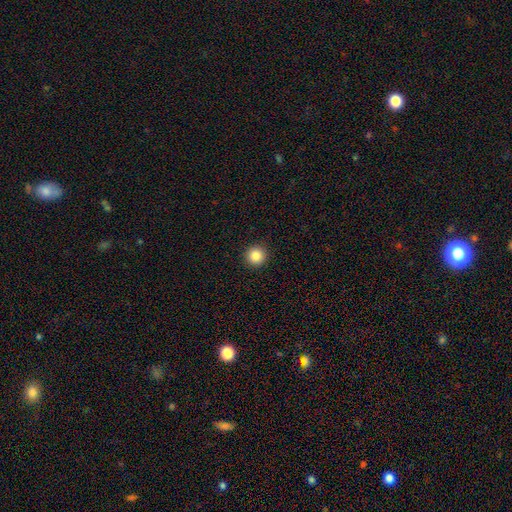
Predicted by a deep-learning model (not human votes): This is clearly a smooth galaxy (86%). How rounded: clearly round (95%). Merging: clearly none (93%).